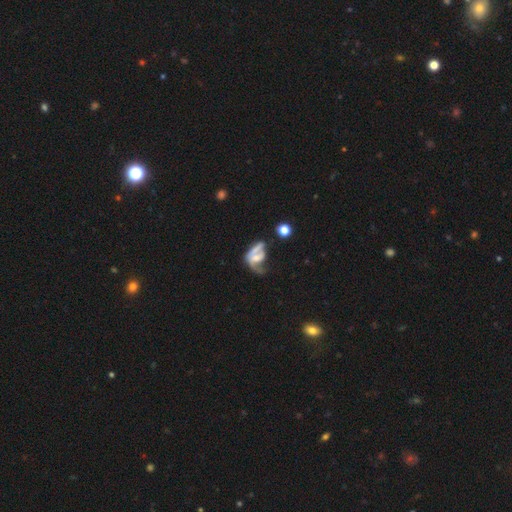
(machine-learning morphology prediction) A featured or disk galaxy (54%).

Vote fractions:
- Smooth or featured? featured or disk: 54% / smooth: 35% / star or artifact: 11%
- Edge-on disk? no: 91% / yes: 9%
- Merging? major disturbance: 41% / merger: 26% / none: 18% / minor disturbance: 15%